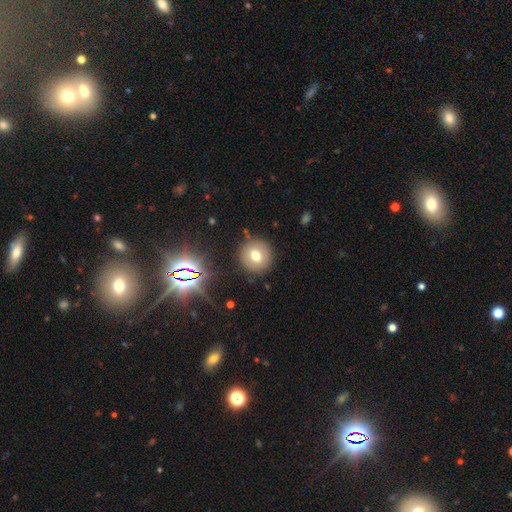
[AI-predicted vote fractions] smooth_or_featured: smooth (p=0.68) [alt: featured or disk p=0.16]
how_rounded: round (p=0.92) [alt: in between p=0.07]
merging: none (p=0.88) [alt: minor disturbance p=0.07]